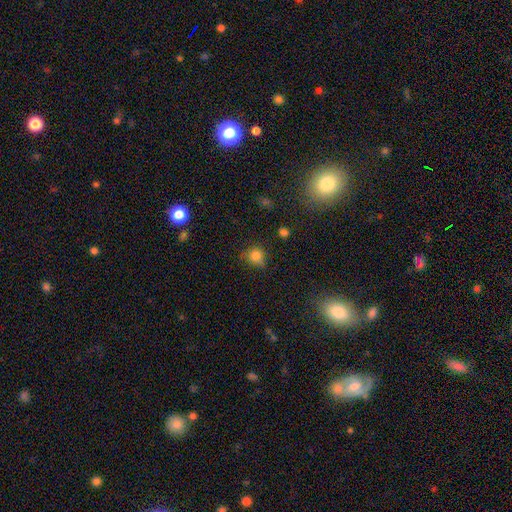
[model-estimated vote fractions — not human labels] Smooth or featured?
  - smooth: 80% *
  - star or artifact: 13%
  - featured or disk: 6%
How rounded?
  - round: 80% *
  - in between: 19%
  - cigar-shaped: 1%
Merging?
  - none: 60% *
  - minor disturbance: 28%
  - major disturbance: 9%
  - merger: 3%